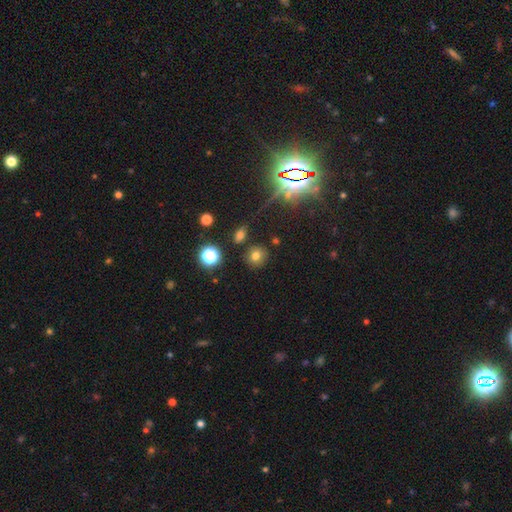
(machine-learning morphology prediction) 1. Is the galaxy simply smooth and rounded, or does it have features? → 71% smooth, 20% star or artifact, 9% featured or disk.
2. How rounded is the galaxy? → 86% round, 12% in between, 1% cigar-shaped.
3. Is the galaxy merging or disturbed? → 83% none, 9% minor disturbance, 5% merger, 3% major disturbance.